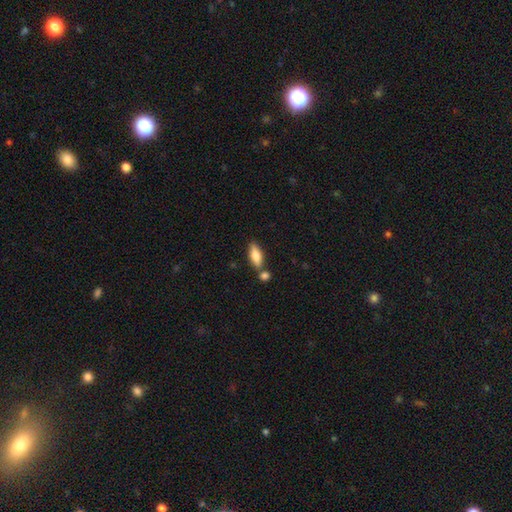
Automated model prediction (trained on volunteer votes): Overall: smooth (77%). How rounded: in between (72%). Merging: none (65%).